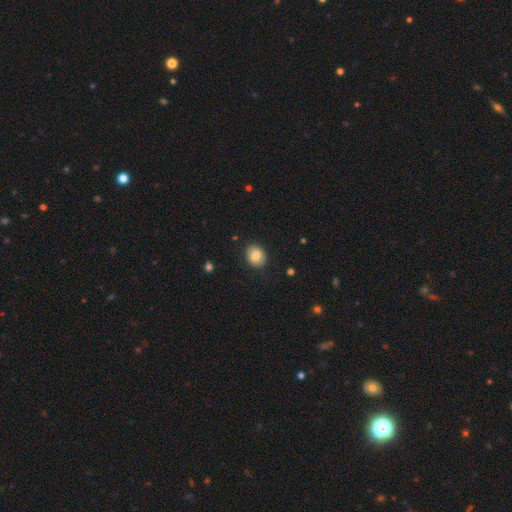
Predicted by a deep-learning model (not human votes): Smooth or featured? Predicted: smooth (p=0.81). How rounded? Predicted: round (p=0.59). Merging? Predicted: none (p=0.87).